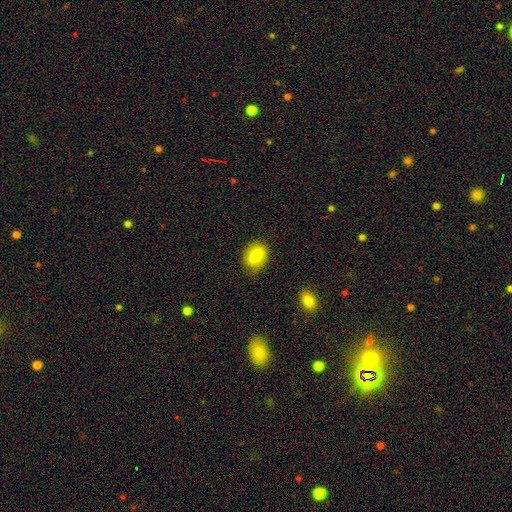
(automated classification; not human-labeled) Smooth or featured?
  - smooth: 80% *
  - featured or disk: 12%
  - star or artifact: 8%
How rounded?
  - in between: 74% *
  - round: 25%
  - cigar-shaped: 2%
Merging?
  - none: 77% *
  - minor disturbance: 17%
  - major disturbance: 4%
  - merger: 1%